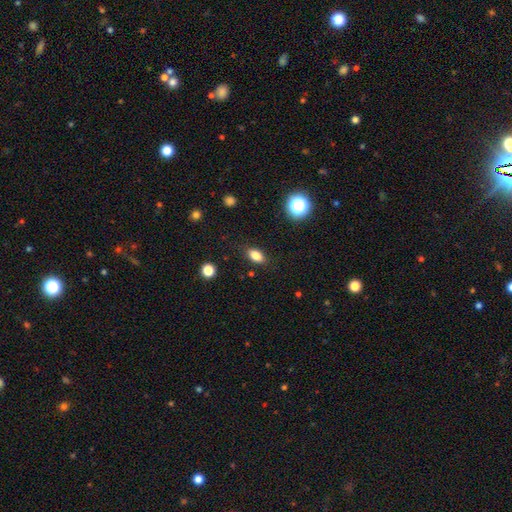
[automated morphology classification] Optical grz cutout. It shows a smooth galaxy with no disk features (82%) that is in between round and cigar-shaped (85%). Merging: none (86%).